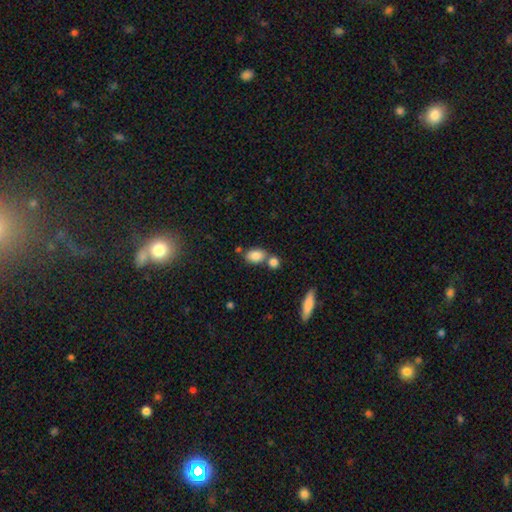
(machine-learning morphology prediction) Smooth or featured: smooth — 84% (star or artifact — 9%)
How rounded: in between — 82% (round — 16%)
Merging: none — 54% (merger — 31%)